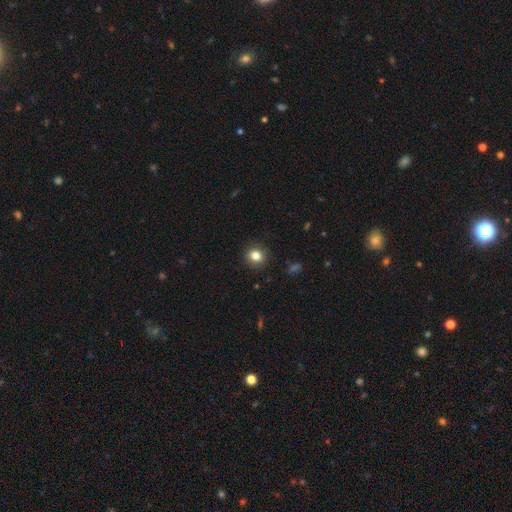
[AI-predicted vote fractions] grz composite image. It shows a smooth galaxy with no disk features (83%) that is round (77%). Merging: none (91%).